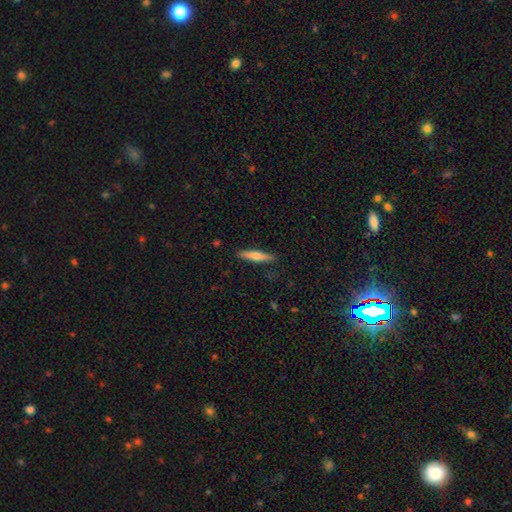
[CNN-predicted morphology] Smooth or featured? smooth (57%)
How rounded? cigar-shaped (91%)
Merging? none (90%)